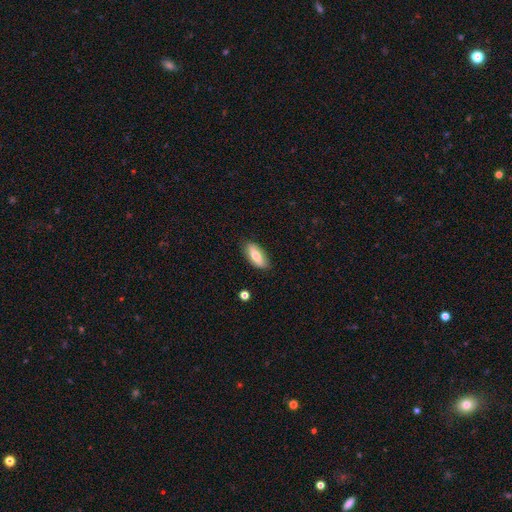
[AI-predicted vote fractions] This is likely a smooth galaxy (64%). How rounded: likely in between (77%). Merging: clearly none (84%).